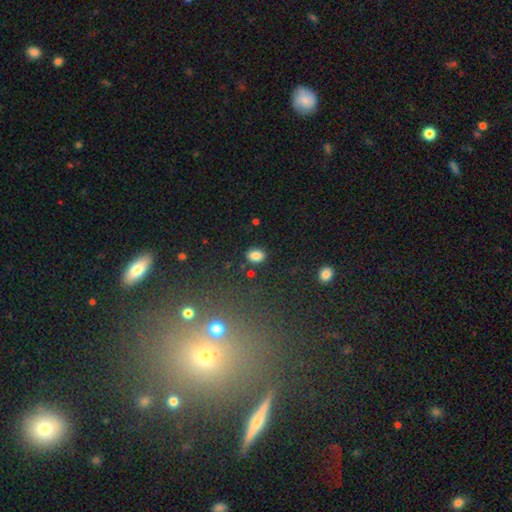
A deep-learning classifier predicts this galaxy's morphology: smooth 84%, star or artifact 11%, featured or disk 6%. Down the decision tree: how rounded — in between (69%); merging — none (84%).